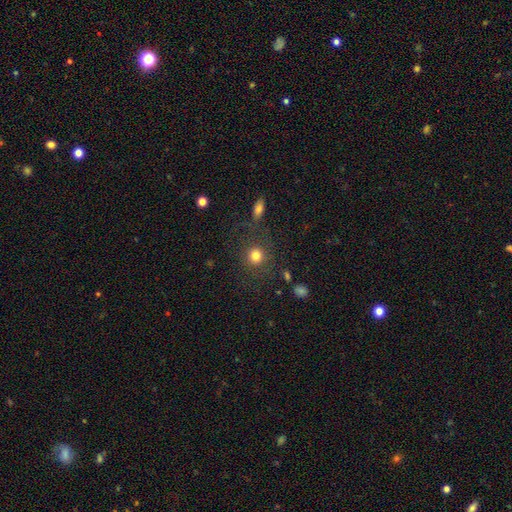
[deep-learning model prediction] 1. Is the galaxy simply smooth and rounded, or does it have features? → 79% smooth, 13% star or artifact, 8% featured or disk.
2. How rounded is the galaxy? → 89% round, 10% in between, 1% cigar-shaped.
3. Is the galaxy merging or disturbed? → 80% none, 10% minor disturbance, 6% major disturbance, 4% merger.